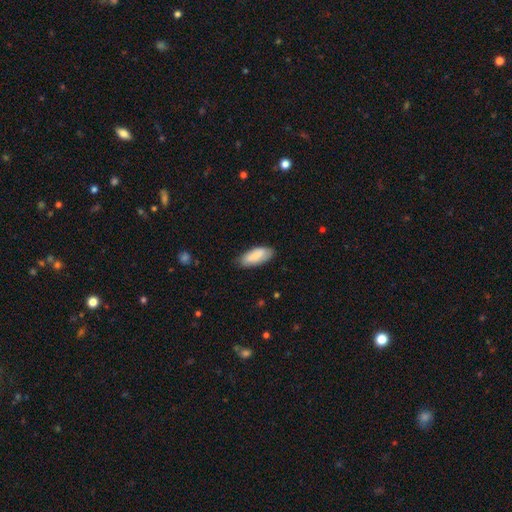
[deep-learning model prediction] Smooth or featured?
  - smooth: 83% *
  - featured or disk: 12%
  - star or artifact: 6%
How rounded?
  - in between: 83% *
  - cigar-shaped: 15%
  - round: 2%
Merging?
  - none: 79% *
  - minor disturbance: 17%
  - major disturbance: 3%
  - merger: 1%